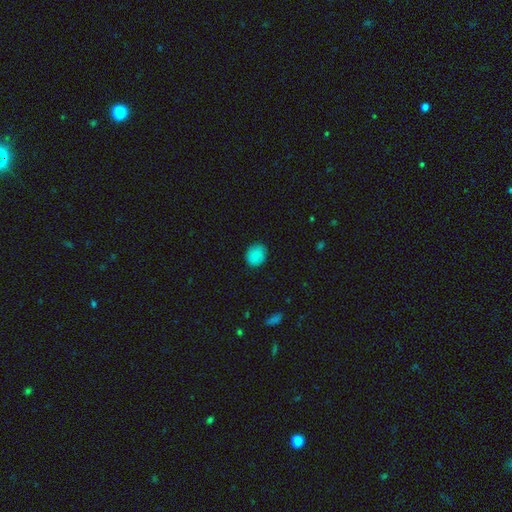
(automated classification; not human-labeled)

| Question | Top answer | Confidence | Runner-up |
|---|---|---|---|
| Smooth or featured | smooth | 87% | star or artifact (8%) |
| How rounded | round | 75% | in between (24%) |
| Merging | none | 86% | minor disturbance (11%) |